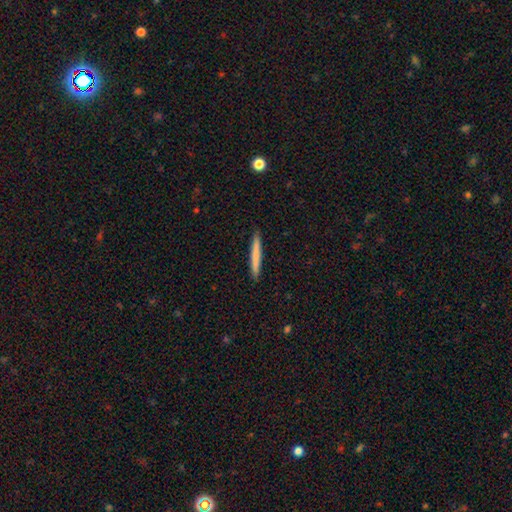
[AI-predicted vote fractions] Smooth or featured? Predicted: smooth (p=0.73). How rounded? Predicted: cigar-shaped (p=0.97). Merging? Predicted: none (p=0.92).